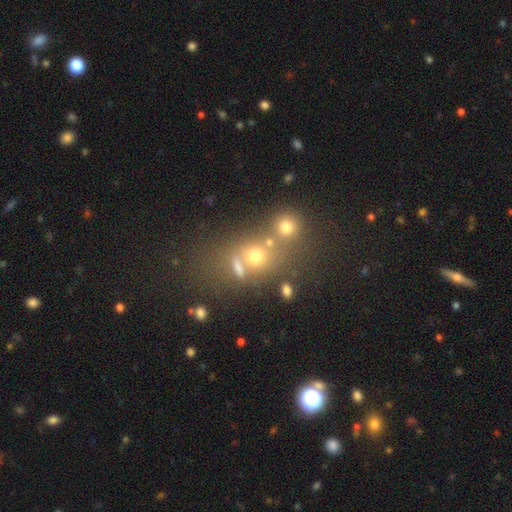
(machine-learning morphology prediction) A smooth galaxy with no disk features (46%).

Vote fractions:
- Smooth or featured? smooth: 46% / star or artifact: 32% / featured or disk: 23%
- Merging? merger: 52% / none: 35% / minor disturbance: 8% / major disturbance: 6%